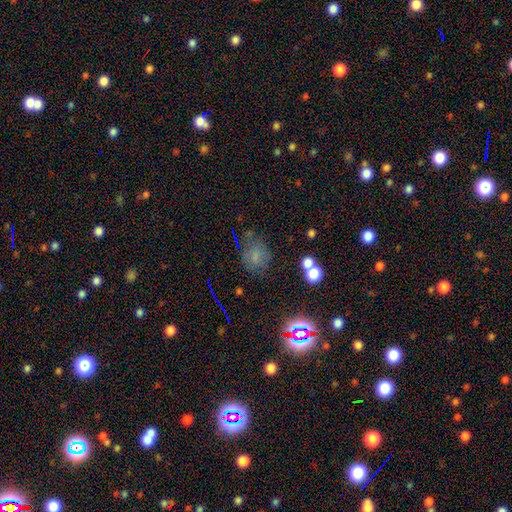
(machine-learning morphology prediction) Smooth or featured?
  - smooth: 65% *
  - star or artifact: 21%
  - featured or disk: 14%
How rounded?
  - round: 65% *
  - in between: 34%
  - cigar-shaped: 2%
Merging?
  - none: 63% *
  - minor disturbance: 21%
  - major disturbance: 10%
  - merger: 7%